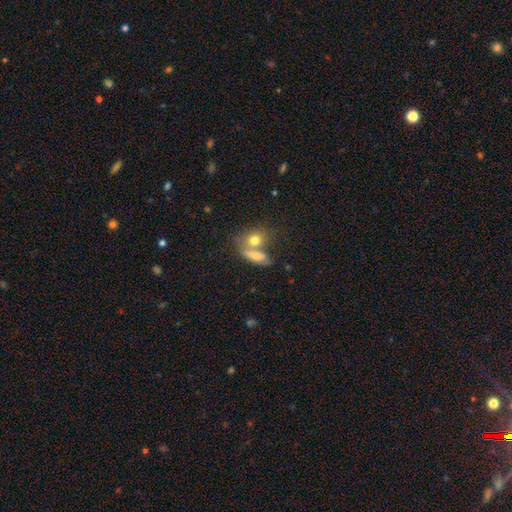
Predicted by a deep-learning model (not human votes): The model was most divided on "merging": merger: 51%, none: 34%, minor disturbance: 10%, major disturbance: 5%. More confident: smooth or featured — smooth (72%); how rounded — in between (63%).